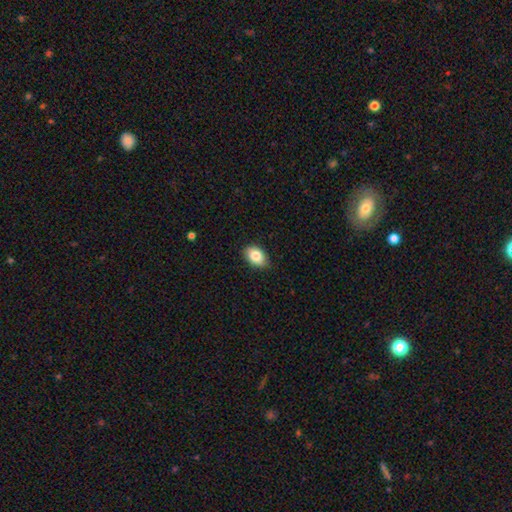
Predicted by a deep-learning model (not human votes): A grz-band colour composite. It shows a smooth galaxy with no disk features (84%) that is in between round and cigar-shaped (85%). Merging: none (84%).